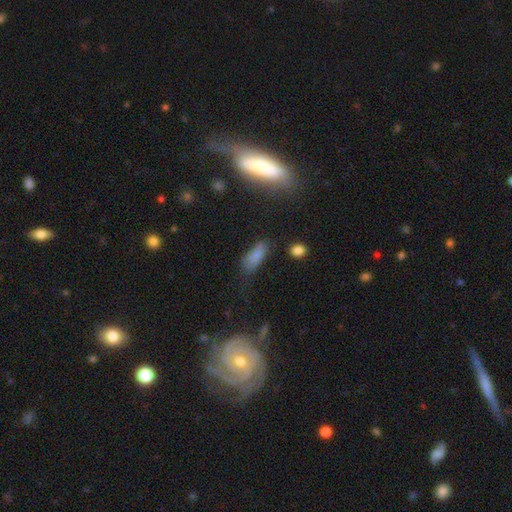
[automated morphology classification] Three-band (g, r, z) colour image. It shows a smooth galaxy with no disk features (77%) that is in between round and cigar-shaped (76%). Merging: none (59%).